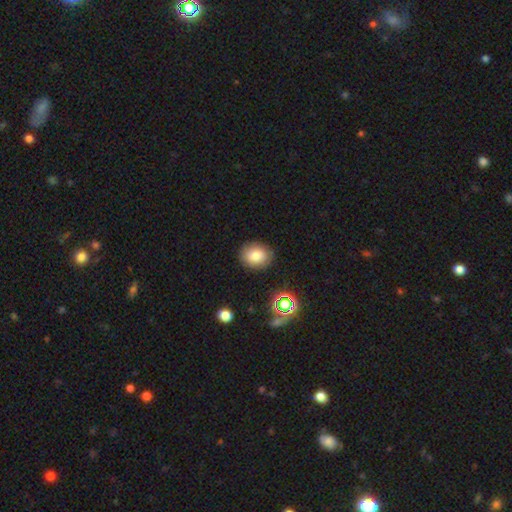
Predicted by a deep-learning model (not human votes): smooth 80%, star or artifact 11%, featured or disk 9%. Down the decision tree: how rounded — round (55%); merging — none (87%).